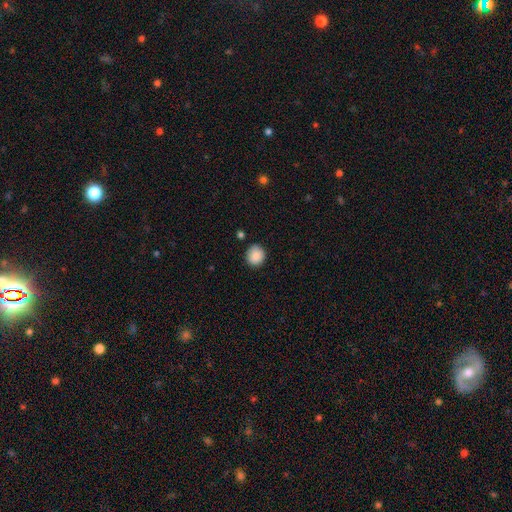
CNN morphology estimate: Smooth or featured: smooth — 88% (star or artifact — 8%)
How rounded: round — 85% (in between — 14%)
Merging: none — 87% (minor disturbance — 9%)